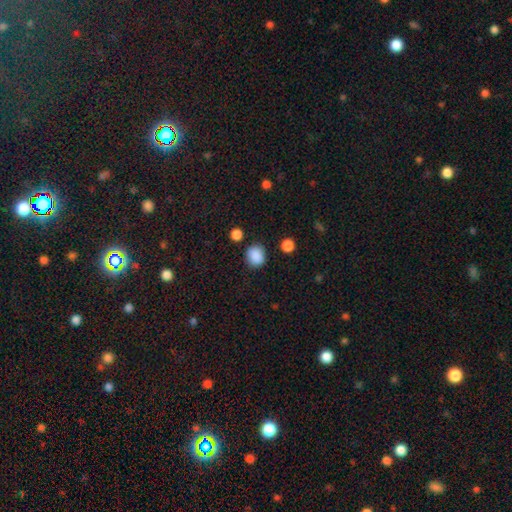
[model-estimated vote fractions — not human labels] smooth-or-featured: smooth: 87% | star or artifact: 9% | featured or disk: 3%
  how-rounded: round: 67% | in between: 32% | cigar-shaped: 1%
  merging: none: 80% | minor disturbance: 13% | major disturbance: 4% | merger: 3%